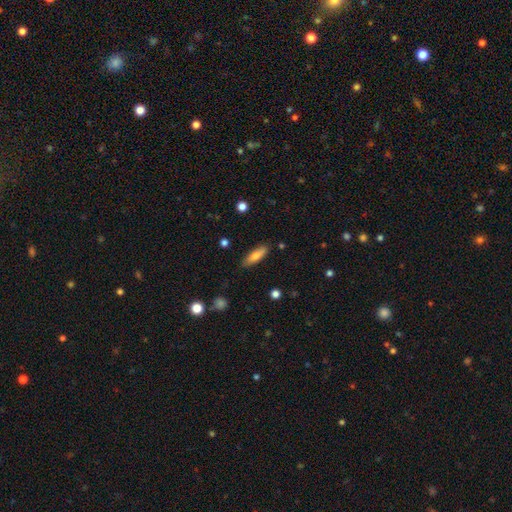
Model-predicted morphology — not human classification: Smooth or featured?
  - smooth: 74% *
  - featured or disk: 20%
  - star or artifact: 7%
How rounded?
  - cigar-shaped: 51% *
  - in between: 47%
  - round: 2%
Merging?
  - none: 85% *
  - minor disturbance: 11%
  - major disturbance: 2%
  - merger: 2%